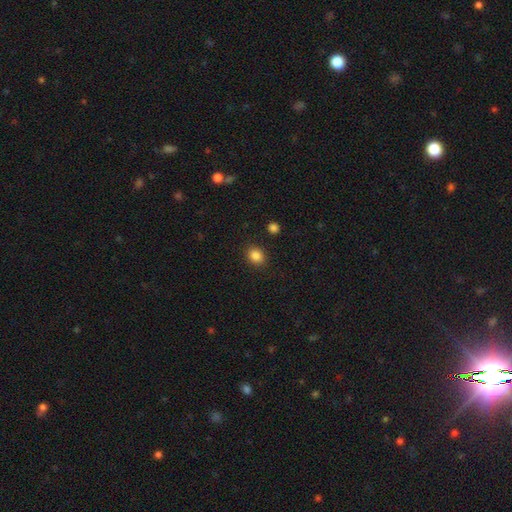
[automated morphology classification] A smooth galaxy with no disk features (86%) that is round (65%). Merging: none (88%).